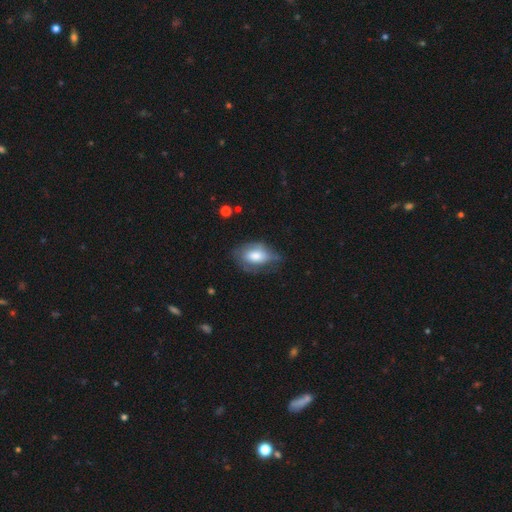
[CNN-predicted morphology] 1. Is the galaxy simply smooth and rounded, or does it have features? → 66% smooth, 27% featured or disk, 7% star or artifact.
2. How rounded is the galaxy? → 88% in between, 10% round, 3% cigar-shaped.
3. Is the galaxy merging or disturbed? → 48% none, 35% minor disturbance, 15% major disturbance, 2% merger.